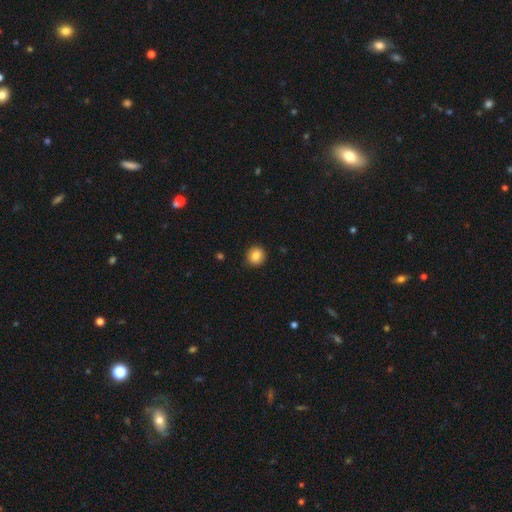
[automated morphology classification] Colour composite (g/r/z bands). It shows a smooth galaxy with no disk features (85%) that is round (89%). Merging: none (89%).